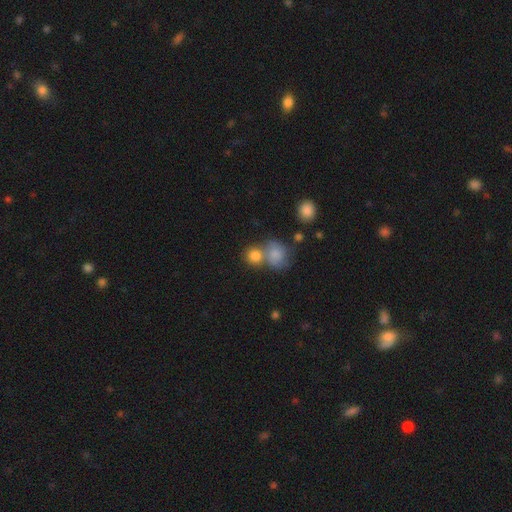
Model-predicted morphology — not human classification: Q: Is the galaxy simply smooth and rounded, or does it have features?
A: smooth — 81%.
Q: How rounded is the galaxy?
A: round — 80%.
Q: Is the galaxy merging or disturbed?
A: merger — 44%.